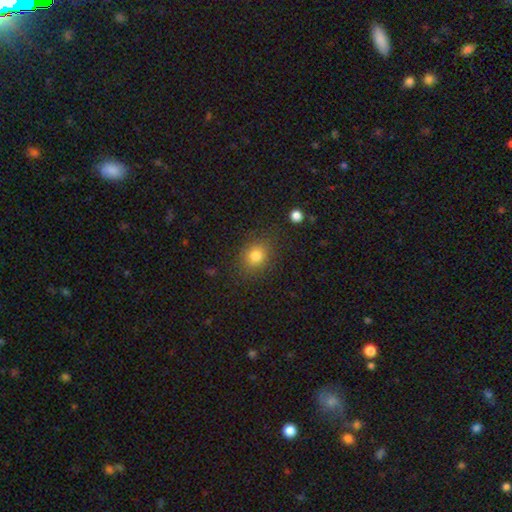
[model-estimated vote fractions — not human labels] Smooth or featured? Predicted: smooth (p=0.82). How rounded? Predicted: round (p=0.56). Merging? Predicted: none (p=0.82).